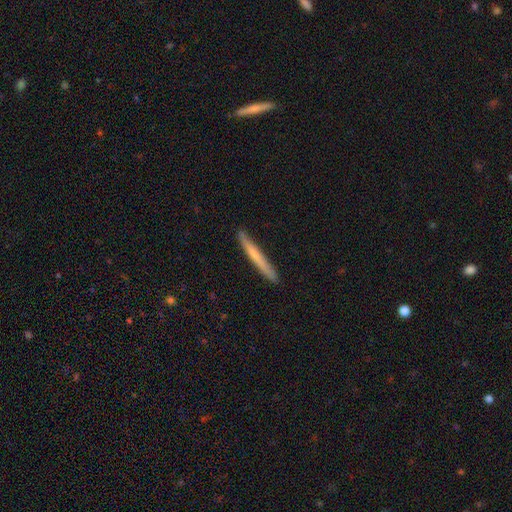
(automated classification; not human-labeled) This appears to be a smooth galaxy with no disk features (61%) that is cigar-shaped (97%). Merging: none (90%).